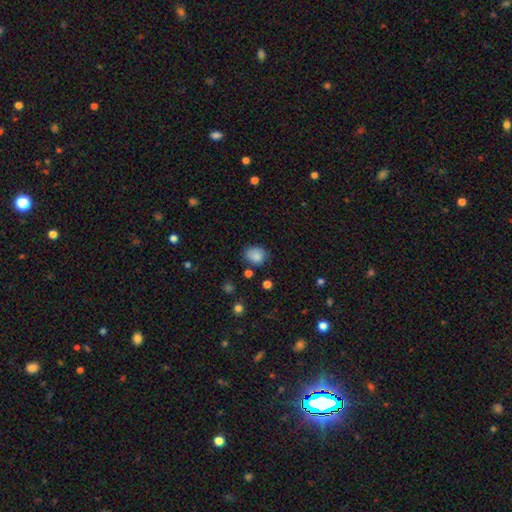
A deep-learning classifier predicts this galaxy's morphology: Overall: smooth (85%). How rounded: round (57%; in between 42%). Merging: none (75%).